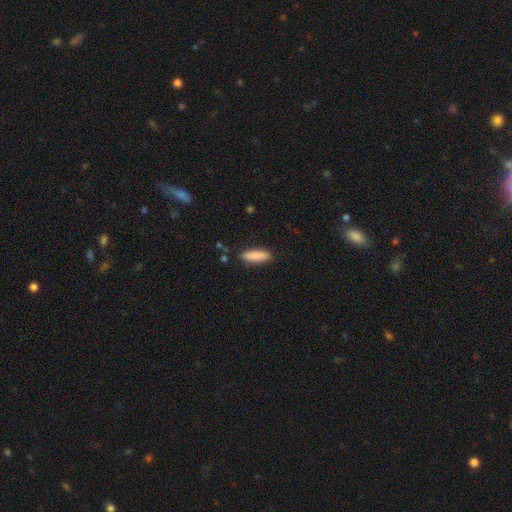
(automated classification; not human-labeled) Overall: smooth (88%). How rounded: cigar-shaped (58%; in between 40%). Merging: none (88%).